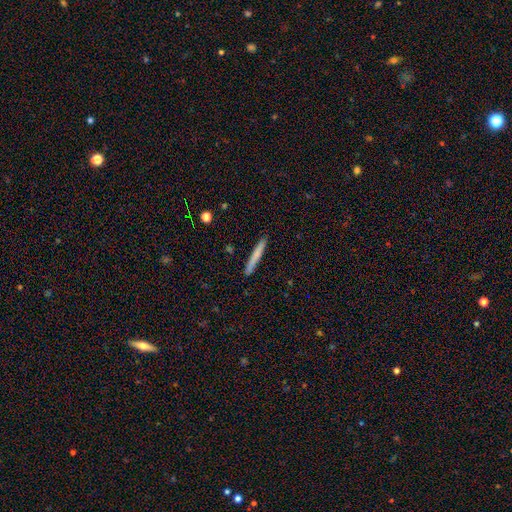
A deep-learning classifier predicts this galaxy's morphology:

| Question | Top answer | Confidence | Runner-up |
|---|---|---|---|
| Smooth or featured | smooth | 71% | featured or disk (23%) |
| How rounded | cigar-shaped | 96% | in between (2%) |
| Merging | none | 90% | minor disturbance (7%) |